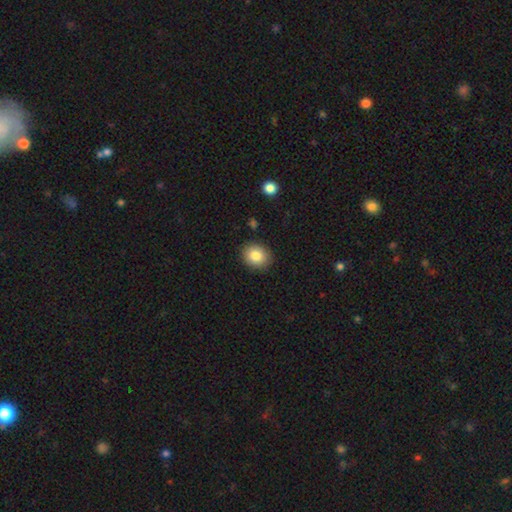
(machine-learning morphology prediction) smooth_or_featured: smooth (p=0.83) [alt: star or artifact p=0.09]
how_rounded: round (p=0.67) [alt: in between p=0.32]
merging: none (p=0.89) [alt: minor disturbance p=0.07]